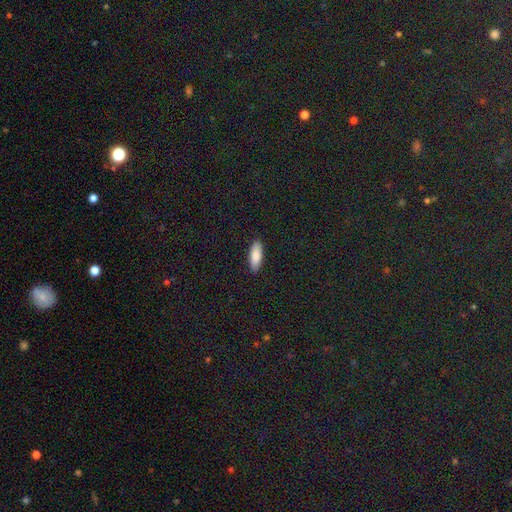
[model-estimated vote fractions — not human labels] smooth-or-featured: smooth: 86% | featured or disk: 7% | star or artifact: 6%
  how-rounded: in between: 66% | cigar-shaped: 32% | round: 2%
  merging: none: 89% | minor disturbance: 8% | major disturbance: 2% | merger: 1%